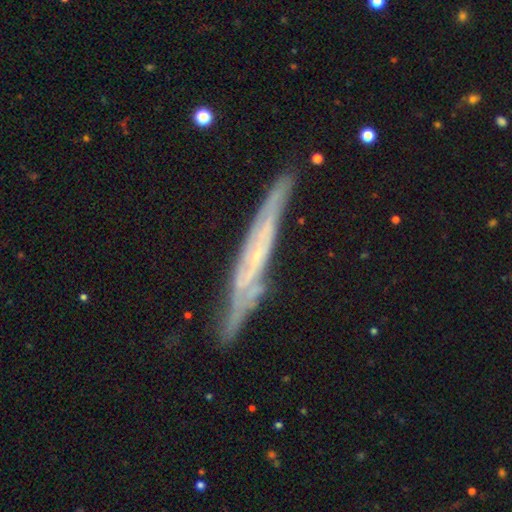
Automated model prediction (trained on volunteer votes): Morphology: type=featured or disk (73%); edge-on=yes (78%); edge-on bulge=none (72%); merging=none (79%).